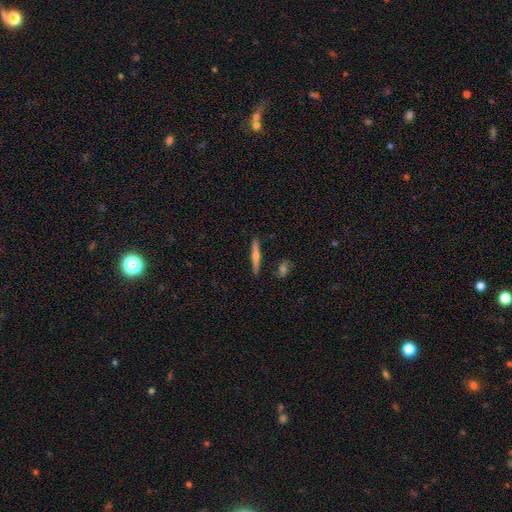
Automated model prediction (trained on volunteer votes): Smooth or featured: featured or disk — 54% (smooth — 40%)
Edge-on disk: yes — 97% (no — 3%)
Edge-on bulge: rounded — 83% (none — 12%)
Merging: none — 88% (minor disturbance — 8%)